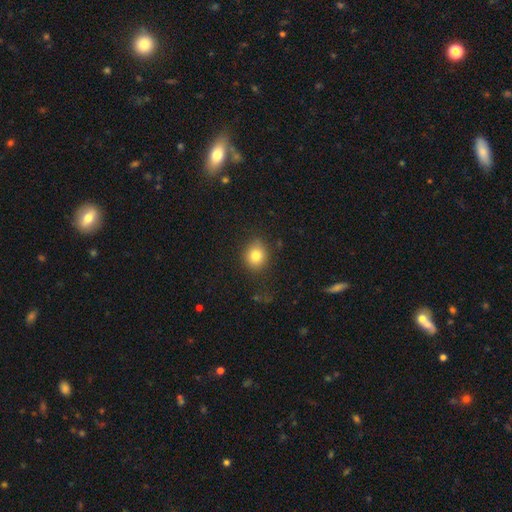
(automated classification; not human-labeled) Morphology: type=smooth (81%); roundness=round (69%); merging=none (80%).